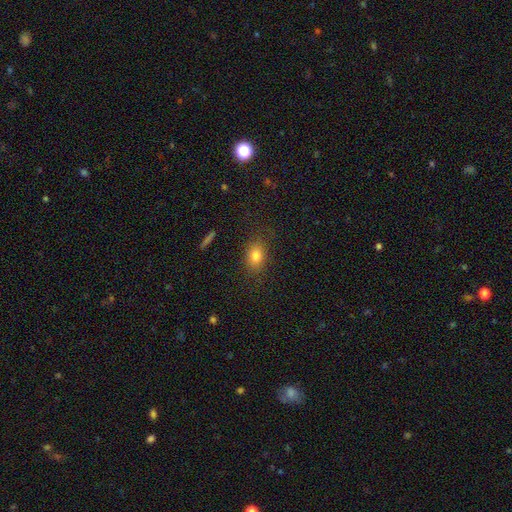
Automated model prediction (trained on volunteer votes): The model was most divided on "how rounded": in between: 67%, round: 31%, cigar-shaped: 2%. More confident: merging — none (81%); smooth or featured — smooth (80%).